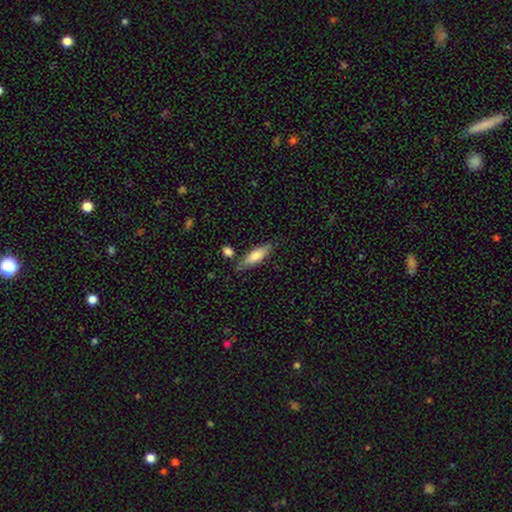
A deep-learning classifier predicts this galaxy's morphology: Smooth or featured: smooth — 72% (featured or disk — 22%)
How rounded: cigar-shaped — 51% (in between — 47%)
Merging: none — 73% (minor disturbance — 17%)